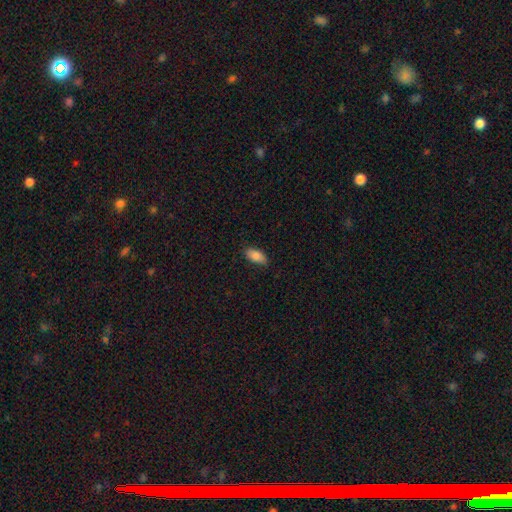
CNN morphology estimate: A smooth galaxy with no disk features (87%) that is in between round and cigar-shaped (90%). Merging: none (83%).